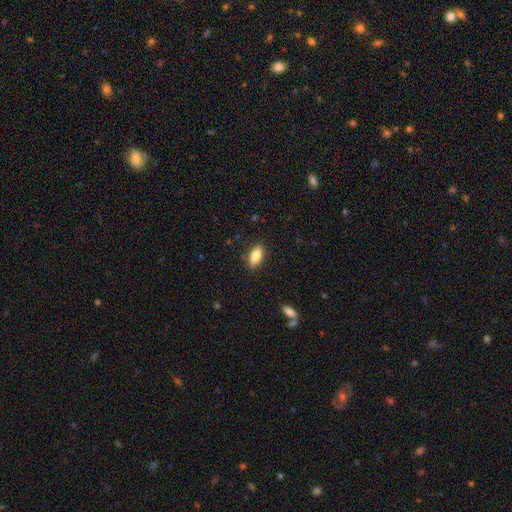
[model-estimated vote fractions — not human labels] This is likely a smooth galaxy (80%). How rounded: likely in between (80%). Merging: clearly none (86%).